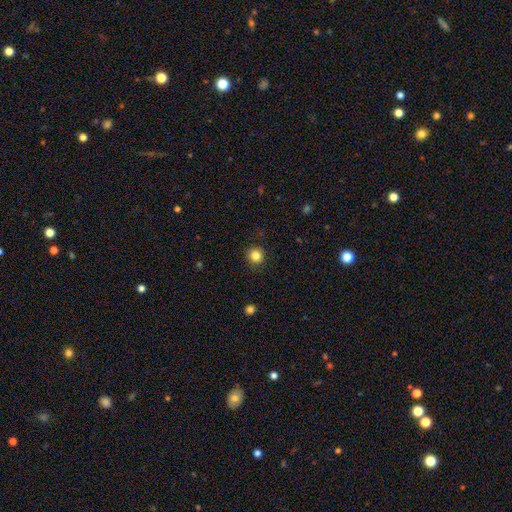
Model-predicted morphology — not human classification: Smooth or featured? Predicted: smooth (p=0.84). How rounded? Predicted: round (p=0.93). Merging? Predicted: none (p=0.90).